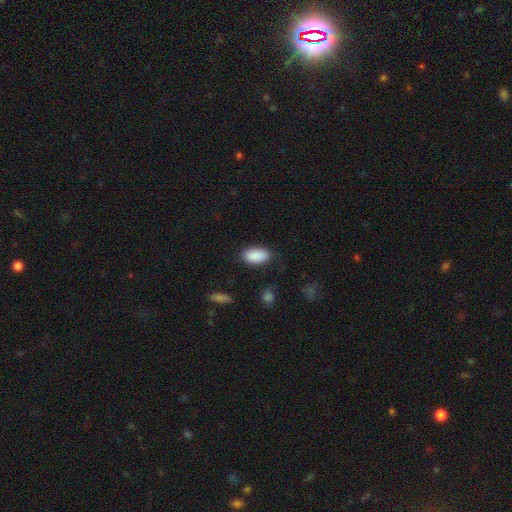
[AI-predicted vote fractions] Overall: smooth (91%). How rounded: in between (94%). Merging: none (86%).